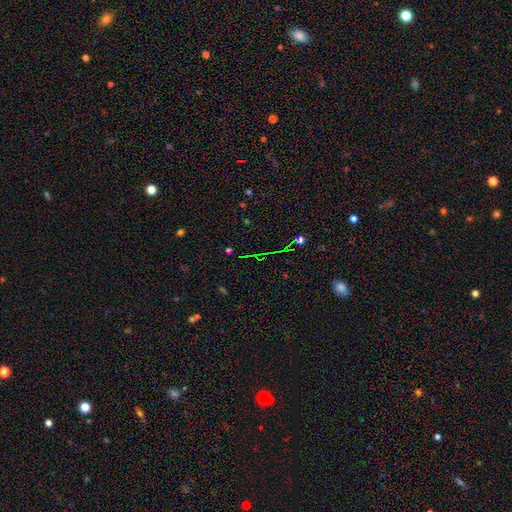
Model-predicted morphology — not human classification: A star or artifact, not a galaxy (69%).